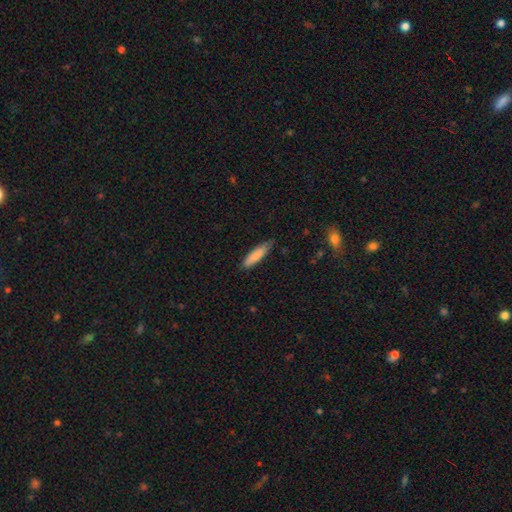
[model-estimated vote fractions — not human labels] smooth 83%, featured or disk 12%, star or artifact 6%. Down the decision tree: how rounded — cigar-shaped (69%); merging — none (74%).